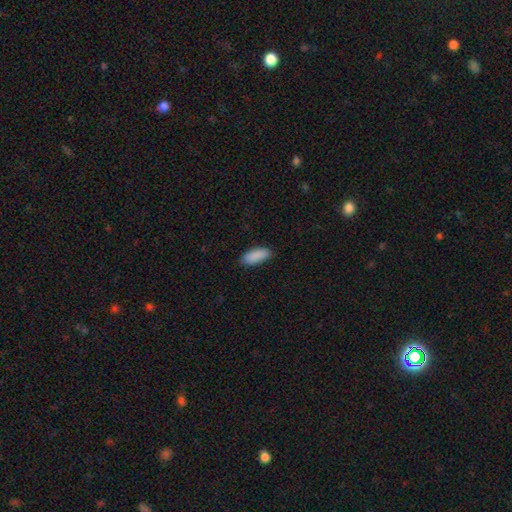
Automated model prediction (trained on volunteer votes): Q: Smooth or featured?
A: smooth (90%); runner-up: star or artifact (6%)
Q: How rounded?
A: in between (78%); runner-up: cigar-shaped (20%)
Q: Merging?
A: none (83%); runner-up: minor disturbance (14%)